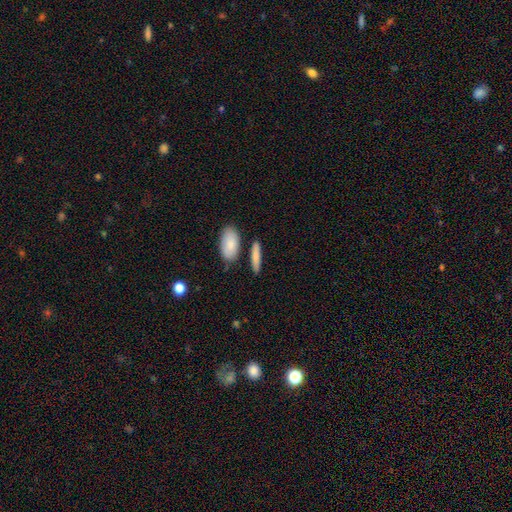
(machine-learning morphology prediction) smooth_or_featured: smooth (p=0.82) [alt: featured or disk p=0.12]
how_rounded: cigar-shaped (p=0.66) [alt: in between p=0.31]
merging: none (p=0.81) [alt: minor disturbance p=0.10]